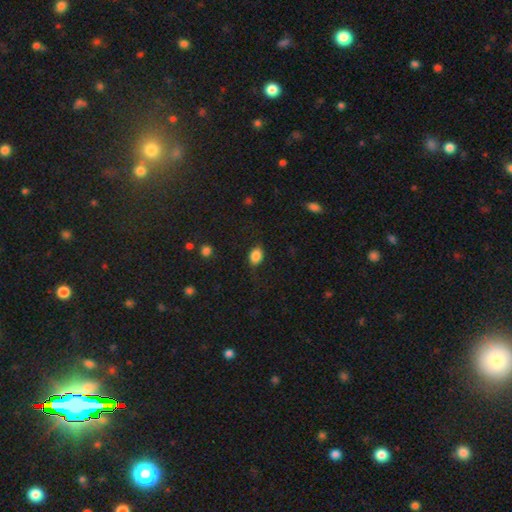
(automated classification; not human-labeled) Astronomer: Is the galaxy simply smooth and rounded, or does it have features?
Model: smooth — 86%.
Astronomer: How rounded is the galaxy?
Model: in between — 72%.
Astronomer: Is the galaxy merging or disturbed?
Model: none — 75%.